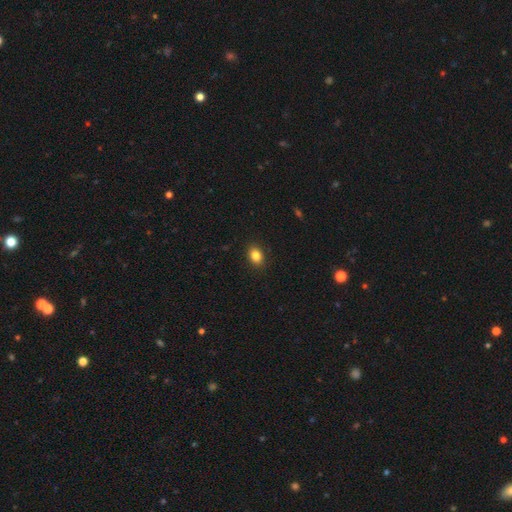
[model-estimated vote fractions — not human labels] Overall: smooth (85%). How rounded: in between (66%; round 33%). Merging: none (90%).